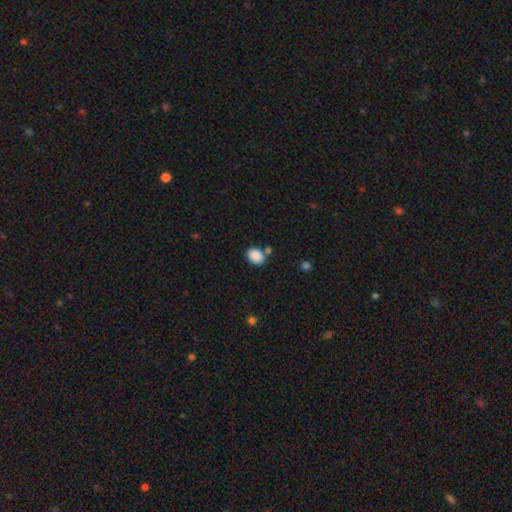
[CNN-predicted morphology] Q: Smooth or featured?
A: smooth (88%); runner-up: star or artifact (8%)
Q: How rounded?
A: in between (70%); runner-up: round (29%)
Q: Merging?
A: none (71%); runner-up: merger (13%)